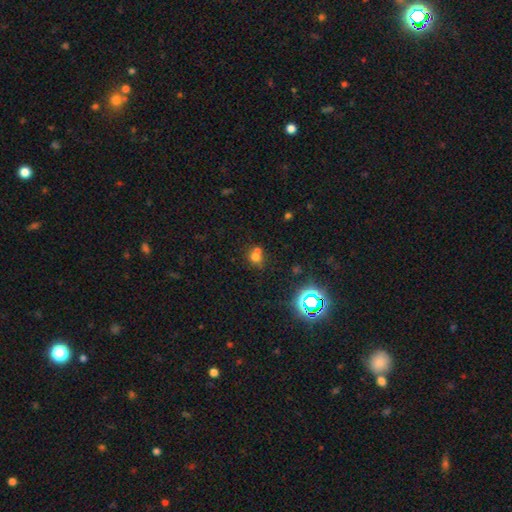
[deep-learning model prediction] A smooth galaxy with no disk features (64%) that is round (72%). Merging: merger (51%).